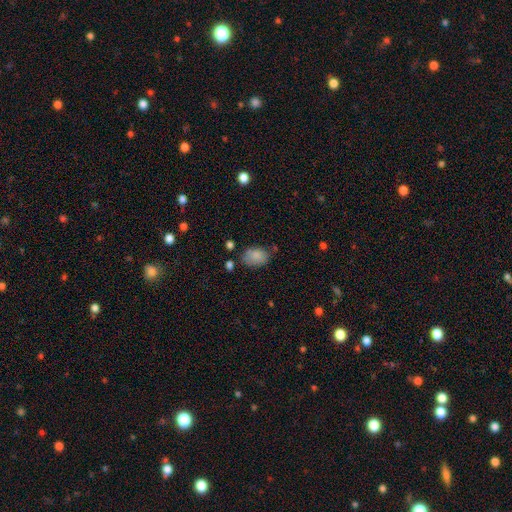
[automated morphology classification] This is clearly a smooth galaxy (85%). How rounded: clearly in between (82%). Merging: likely none (67%).